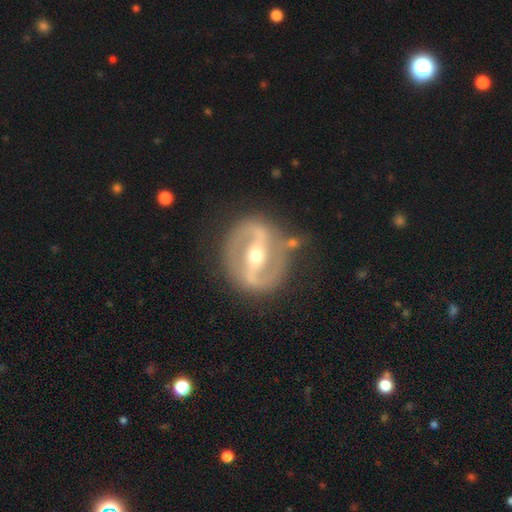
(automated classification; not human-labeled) The model was most divided on "spiral winding": medium: 49%, tight: 31%, loose: 20%. More confident: edge-on disk — no (95%); spiral arm count — 2 (90%); smooth or featured — featured or disk (88%); spiral arms — yes (86%); merging — none (82%); bar — strong (69%); bulge size — moderate (60%).